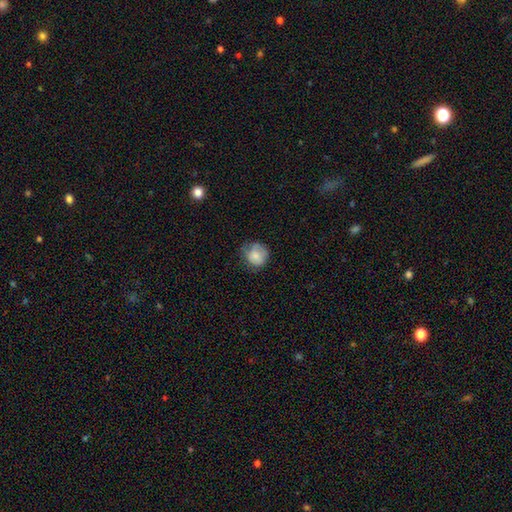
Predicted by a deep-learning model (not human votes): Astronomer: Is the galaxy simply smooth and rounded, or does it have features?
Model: smooth — 78%.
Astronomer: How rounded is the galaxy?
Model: round — 80%.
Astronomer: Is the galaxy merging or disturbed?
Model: none — 55% (runner-up: minor disturbance, 31%).